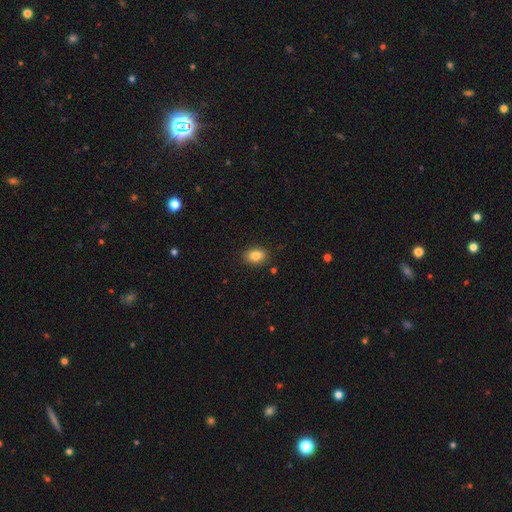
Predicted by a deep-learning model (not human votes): Smooth or featured? Predicted: smooth (p=0.83). How rounded? Predicted: in between (p=0.73). Merging? Predicted: none (p=0.88).